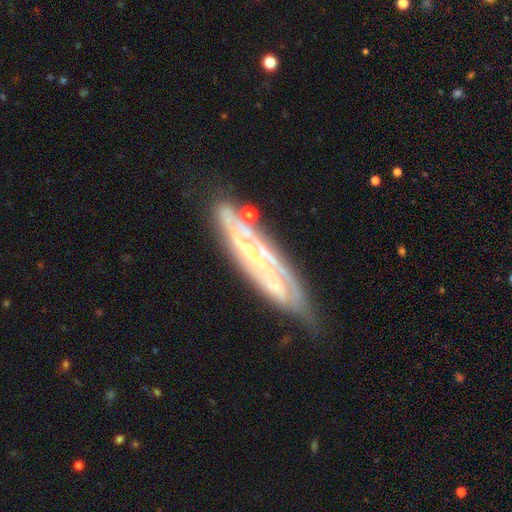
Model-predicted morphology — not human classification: Smooth or featured? Predicted: featured or disk (p=0.77). Edge-on disk? Predicted: no (p=0.66). Bar? Predicted: no (p=0.56). Spiral arms? Predicted: yes (p=0.89). Bulge size? Predicted: small (p=0.68). Merging? Predicted: none (p=0.68).